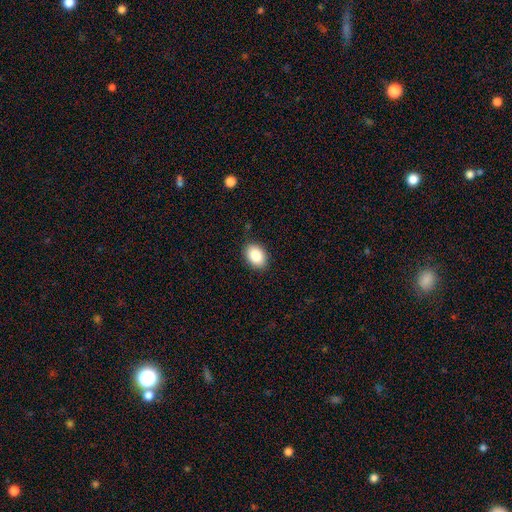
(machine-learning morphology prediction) Smooth or featured? smooth (87%)
How rounded? in between (81%)
Merging? none (86%)